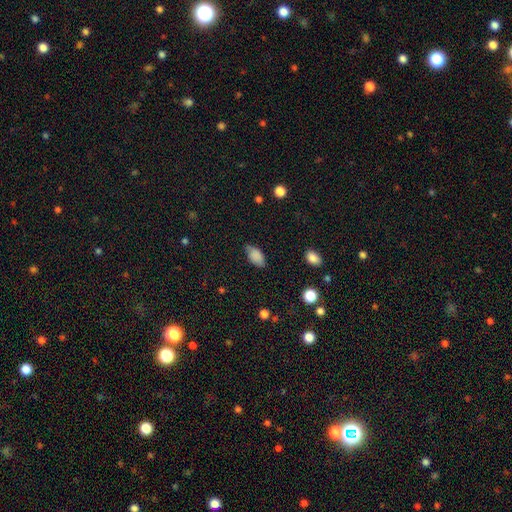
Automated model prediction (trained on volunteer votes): Overall: smooth (85%). How rounded: in between (92%). Merging: none (70%).